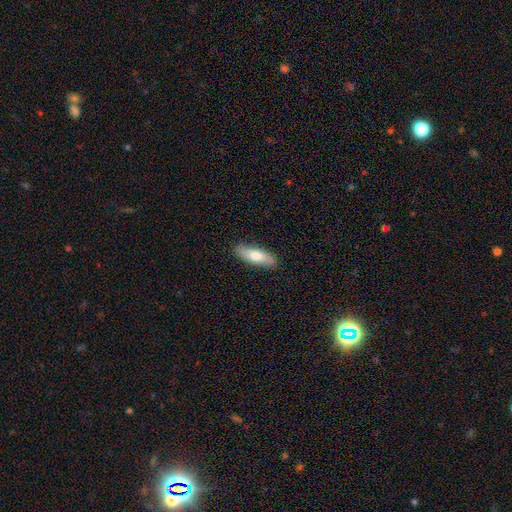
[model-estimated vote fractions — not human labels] Morphology: type=smooth (72%); roundness=cigar-shaped (50%); merging=none (88%).